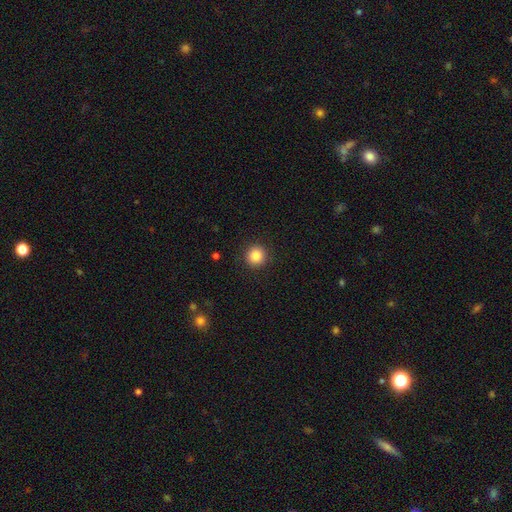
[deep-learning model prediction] Smooth or featured: smooth — 86% (star or artifact — 10%)
How rounded: round — 93% (in between — 6%)
Merging: none — 91% (minor disturbance — 5%)